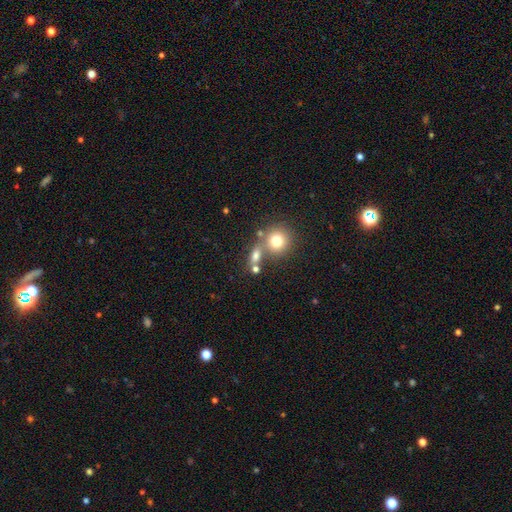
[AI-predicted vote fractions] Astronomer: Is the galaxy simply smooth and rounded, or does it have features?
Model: smooth — 71%.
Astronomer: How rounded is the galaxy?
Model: in between — 48% (runner-up: round, 45%).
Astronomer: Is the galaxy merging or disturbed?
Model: none — 49% (runner-up: merger, 35%).